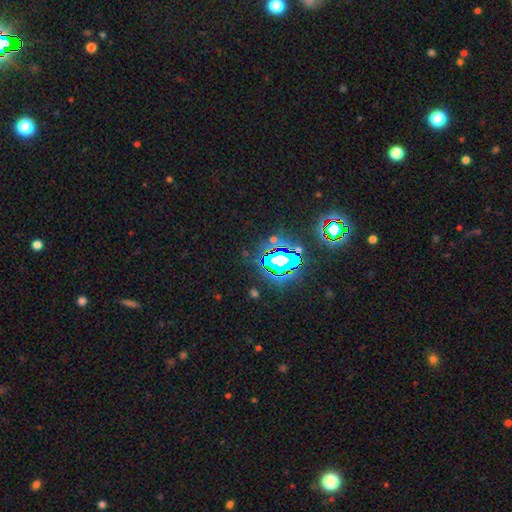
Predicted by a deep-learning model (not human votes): A star or artifact, not a galaxy (82%).

Vote fractions:
- Smooth or featured? star or artifact: 82% / smooth: 11% / featured or disk: 8%